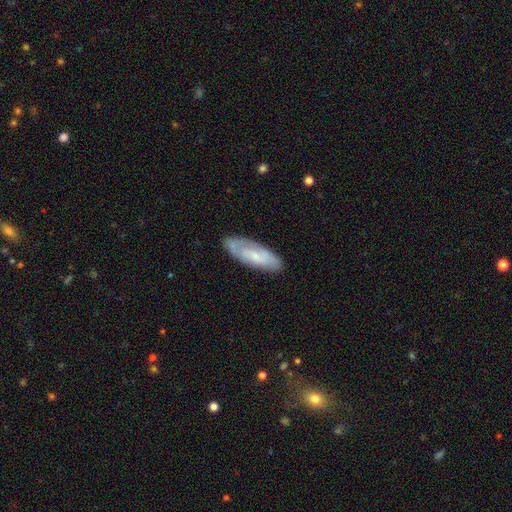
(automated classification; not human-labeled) Smooth or featured: smooth — 48% (featured or disk — 46%)
Merging: none — 77% (minor disturbance — 17%)